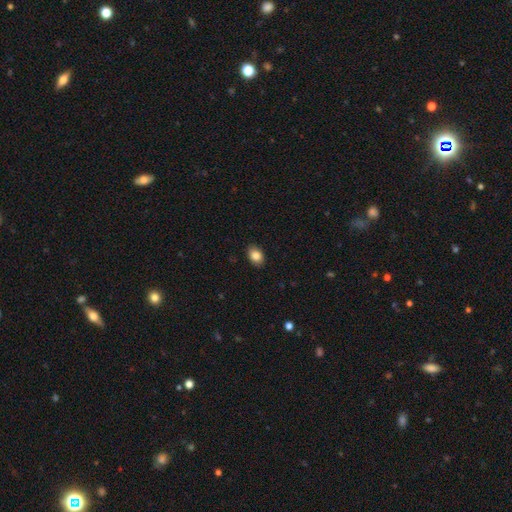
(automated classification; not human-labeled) Overall: smooth (86%). How rounded: in between (79%). Merging: none (89%).